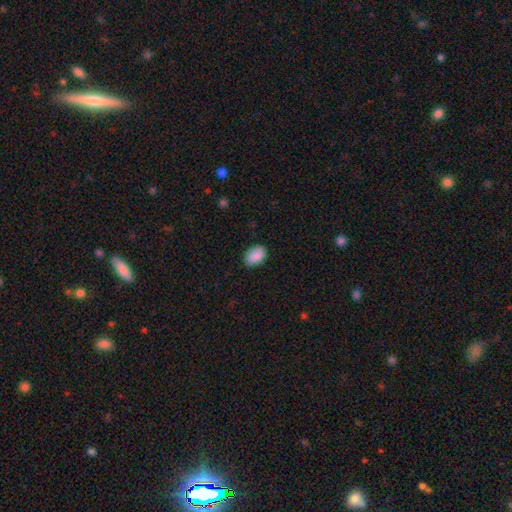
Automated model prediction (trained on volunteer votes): This is clearly a smooth galaxy (90%). How rounded: clearly in between (86%). Merging: clearly none (84%).